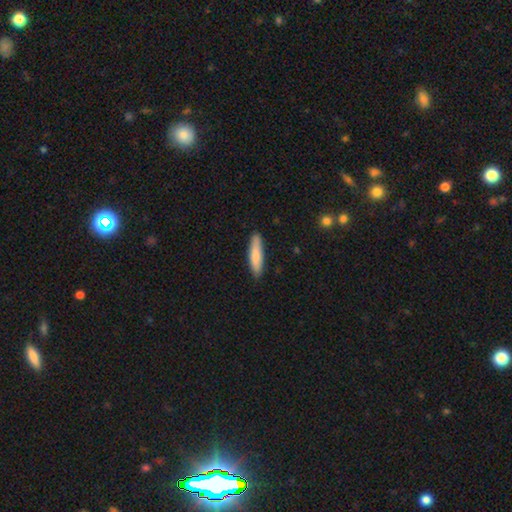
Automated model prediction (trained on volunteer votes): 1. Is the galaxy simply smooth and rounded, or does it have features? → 83% smooth, 12% featured or disk, 5% star or artifact.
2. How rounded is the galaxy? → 78% cigar-shaped, 21% in between, 1% round.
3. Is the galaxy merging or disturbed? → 87% none, 10% minor disturbance, 2% major disturbance, 1% merger.